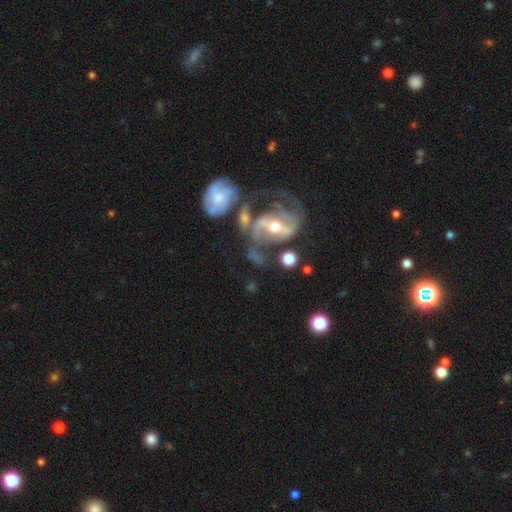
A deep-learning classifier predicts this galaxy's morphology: This is clearly a featured or disk galaxy (81%). It is clearly not viewed edge-on (96%). Bar: marginally strong (40%). Spiral arm pattern: clearly yes (88%). Spiral arm count: likely 2 (67%). Spiral winding: possibly medium (47%). Central bulge: likely moderate (67%). Merging: marginally none (35%).